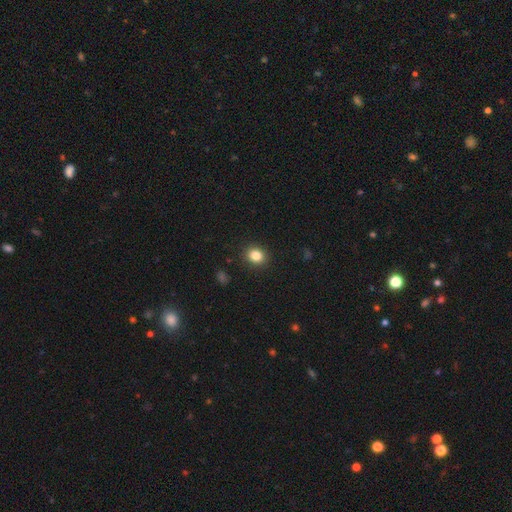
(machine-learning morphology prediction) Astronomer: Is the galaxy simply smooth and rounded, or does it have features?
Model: smooth — 84%.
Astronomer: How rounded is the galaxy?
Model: round — 67%.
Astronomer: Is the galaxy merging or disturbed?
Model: none — 89%.